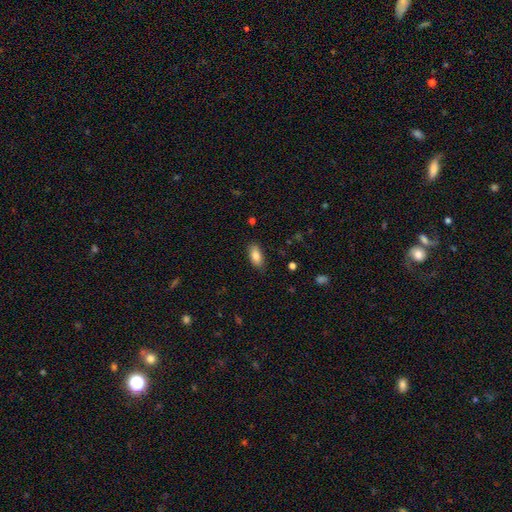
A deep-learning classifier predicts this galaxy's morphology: Smooth or featured? Predicted: smooth (p=0.85). How rounded? Predicted: in between (p=0.89). Merging? Predicted: none (p=0.84).